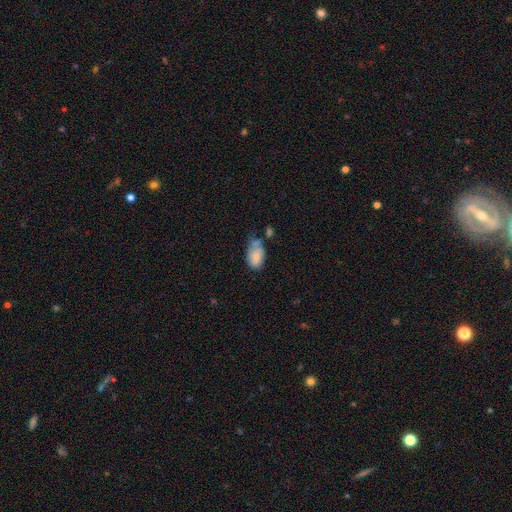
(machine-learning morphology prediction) This appears to be a smooth galaxy with no disk features (76%) that is in between round and cigar-shaped (91%). Merging: none (33%, tied with minor disturbance).